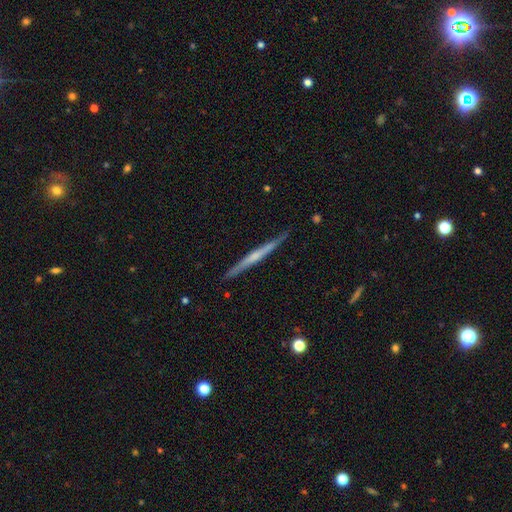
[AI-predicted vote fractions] Smooth or featured: featured or disk — 64% (smooth — 30%)
Edge-on disk: yes — 98% (no — 2%)
Edge-on bulge: none — 57% (rounded — 32%)
Merging: none — 89% (minor disturbance — 8%)